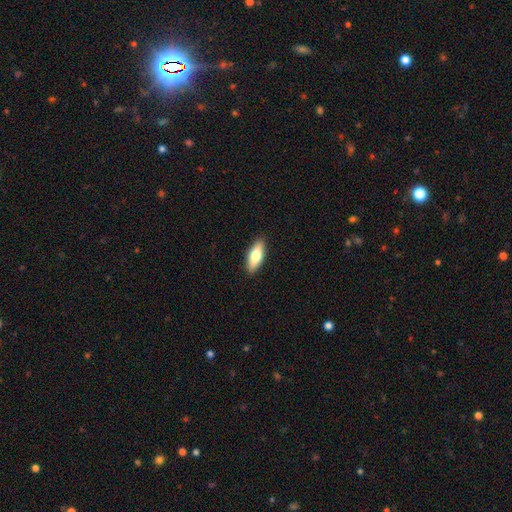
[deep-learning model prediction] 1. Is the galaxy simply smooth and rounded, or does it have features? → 70% smooth, 24% featured or disk, 6% star or artifact.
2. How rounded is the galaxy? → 72% in between, 26% cigar-shaped, 3% round.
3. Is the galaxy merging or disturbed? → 90% none, 8% minor disturbance, 2% major disturbance, 1% merger.